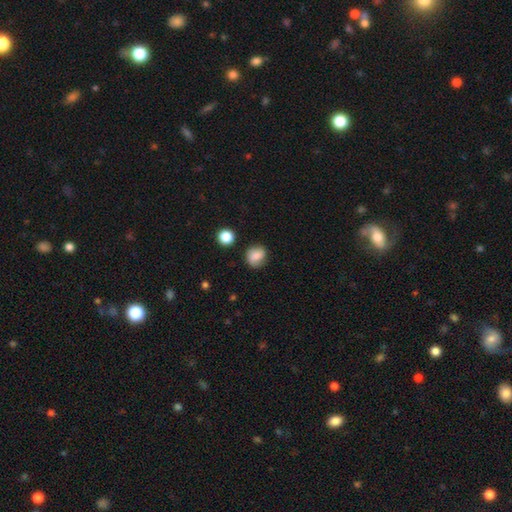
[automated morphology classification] A smooth galaxy with no disk features (77%) that is round (70%).

Vote fractions:
- Smooth or featured? smooth: 77% / featured or disk: 13% / star or artifact: 10%
- How rounded? round: 70% / in between: 29% / cigar-shaped: 1%
- Merging? none: 76% / minor disturbance: 17% / major disturbance: 4% / merger: 3%